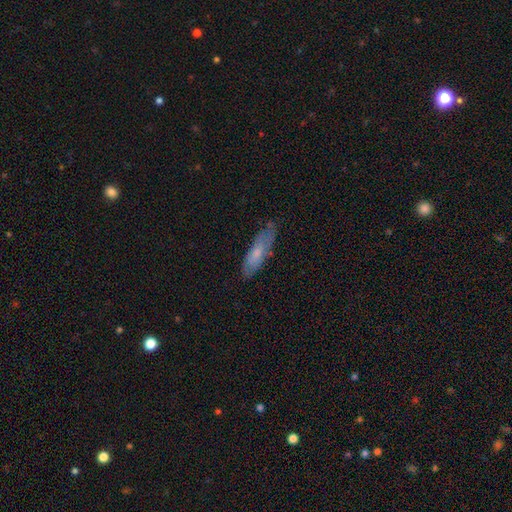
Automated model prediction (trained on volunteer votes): Overall: smooth (60%; featured or disk 34%). How rounded: cigar-shaped (54%; in between 44%). Merging: none (65%; minor disturbance 27%).